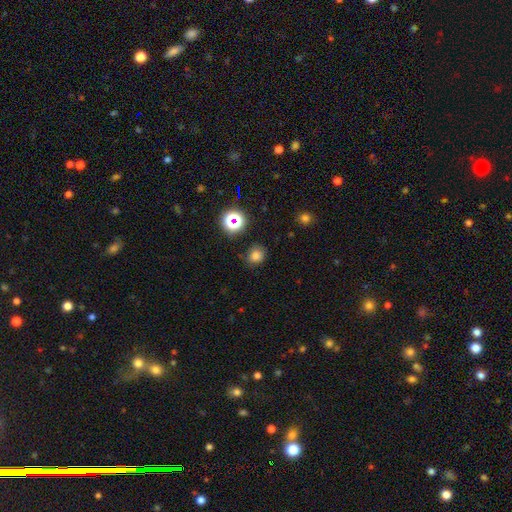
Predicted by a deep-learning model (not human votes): Morphology: type=smooth (75%); roundness=round (79%); merging=none (80%).